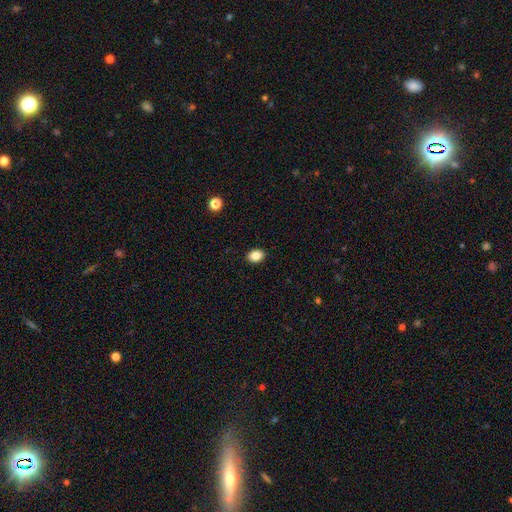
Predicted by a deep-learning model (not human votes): This is clearly a smooth galaxy (86%). How rounded: likely in between (66%). Merging: clearly none (91%).